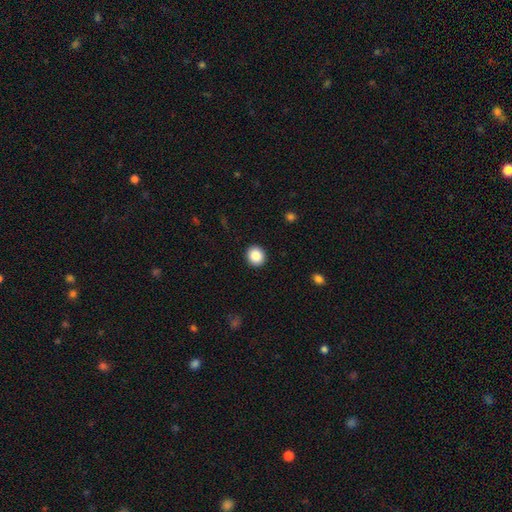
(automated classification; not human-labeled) smooth_or_featured: smooth (p=0.87) [alt: star or artifact p=0.09]
how_rounded: round (p=0.88) [alt: in between p=0.11]
merging: none (p=0.92) [alt: minor disturbance p=0.05]